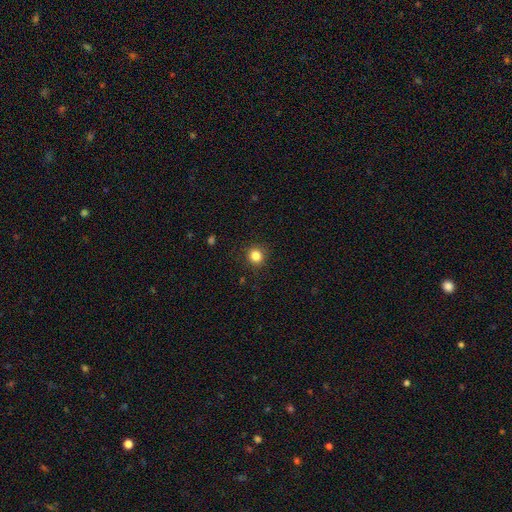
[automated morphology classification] A smooth galaxy with no disk features (84%) that is round (90%).

Vote fractions:
- Smooth or featured? smooth: 84% / star or artifact: 12% / featured or disk: 4%
- How rounded? round: 90% / in between: 10% / cigar-shaped: 1%
- Merging? none: 89% / minor disturbance: 7% / major disturbance: 2% / merger: 1%